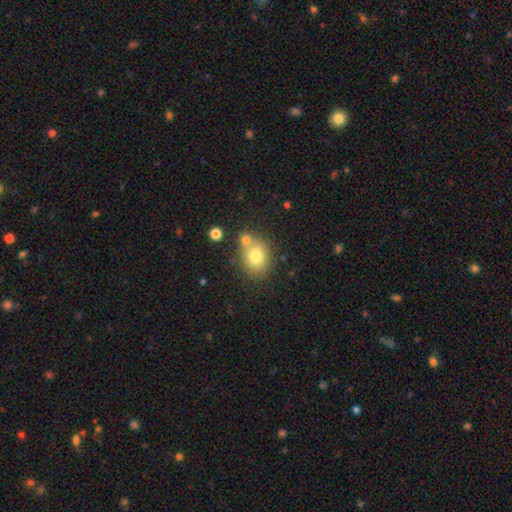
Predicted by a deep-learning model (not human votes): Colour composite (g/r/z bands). It shows a smooth galaxy with no disk features (75%) that is round (64%). Merging: none (58%).